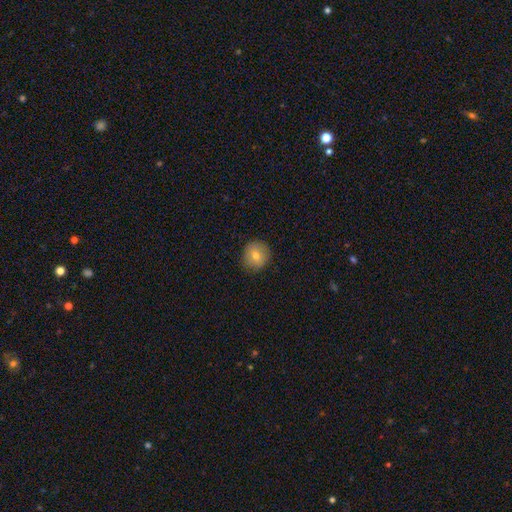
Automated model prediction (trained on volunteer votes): smooth_or_featured: smooth (p=0.72) [alt: featured or disk p=0.17]
how_rounded: round (p=0.90) [alt: in between p=0.09]
merging: none (p=0.87) [alt: minor disturbance p=0.10]